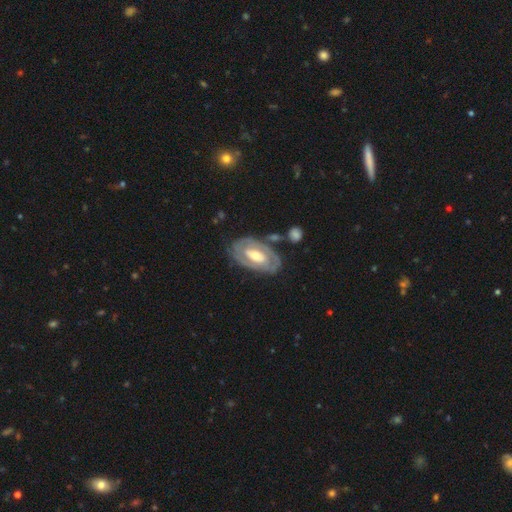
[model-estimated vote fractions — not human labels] Smooth or featured?
  - featured or disk: 78% *
  - smooth: 17%
  - star or artifact: 4%
Edge-on disk?
  - no: 94% *
  - yes: 6%
Bar?
  - weak: 41% *
  - no: 33%
  - strong: 26%
Spiral arms?
  - yes: 75% *
  - no: 25%
Spiral winding?
  - tight: 70% *
  - medium: 23%
  - loose: 7%
Spiral arm count?
  - 2: 52% *
  - can't tell: 32%
  - 1: 6%
  - 3: 6%
  - 4: 2%
  - more than 4: 2%
Bulge size?
  - moderate: 65% *
  - small: 24%
  - large: 9%
  - none: 1%
  - dominant: 1%
Merging?
  - none: 70% *
  - minor disturbance: 17%
  - major disturbance: 7%
  - merger: 5%